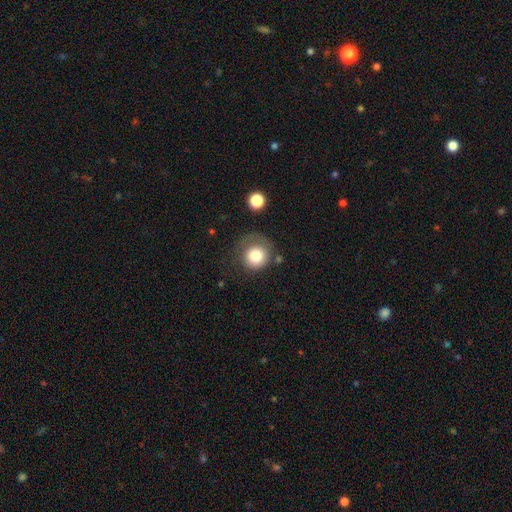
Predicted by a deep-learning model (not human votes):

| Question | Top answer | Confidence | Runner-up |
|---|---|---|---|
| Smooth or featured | smooth | 80% | featured or disk (11%) |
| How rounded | round | 90% | in between (9%) |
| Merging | none | 58% | minor disturbance (22%) |